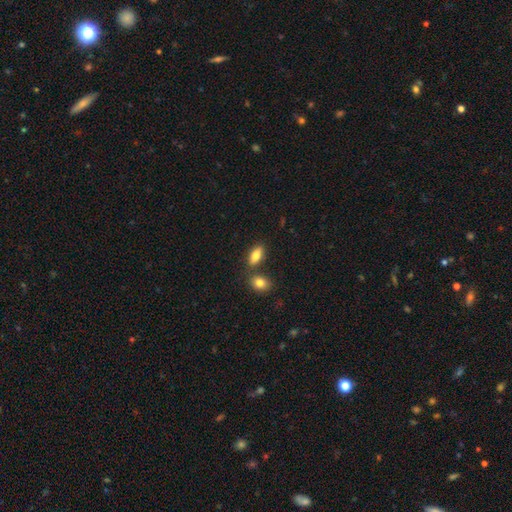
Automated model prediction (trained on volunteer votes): This is clearly a smooth galaxy (82%). How rounded: clearly in between (86%). Merging: likely none (72%).